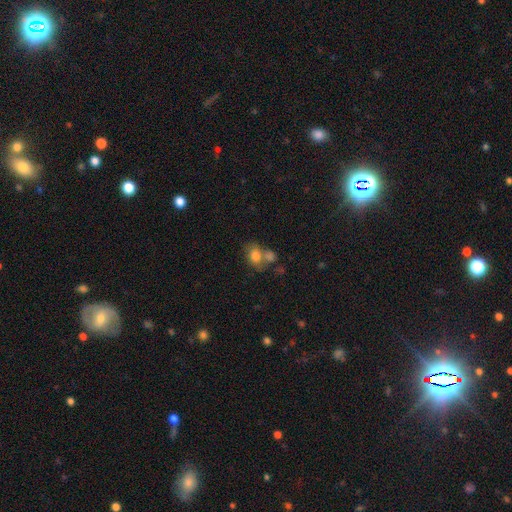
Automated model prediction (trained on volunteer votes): smooth_or_featured: smooth (p=0.78) [alt: featured or disk p=0.13]
how_rounded: in between (p=0.66) [alt: round p=0.33]
merging: merger (p=0.42) [alt: none p=0.36]